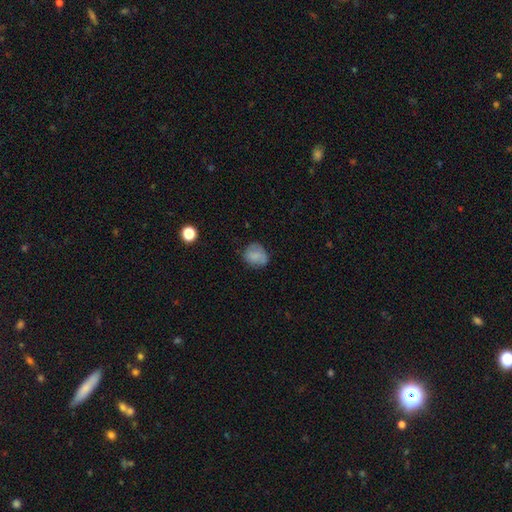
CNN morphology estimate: Overall: smooth (78%). How rounded: round (66%; in between 33%). Merging: none (65%; minor disturbance 25%).